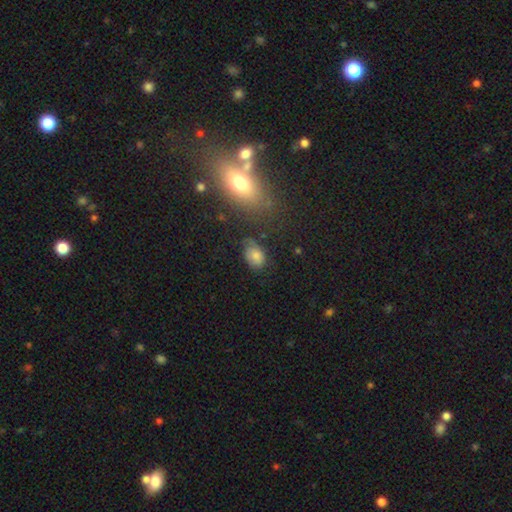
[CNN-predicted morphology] type=smooth (69%); roundness=in between (79%); merging=none (60%).